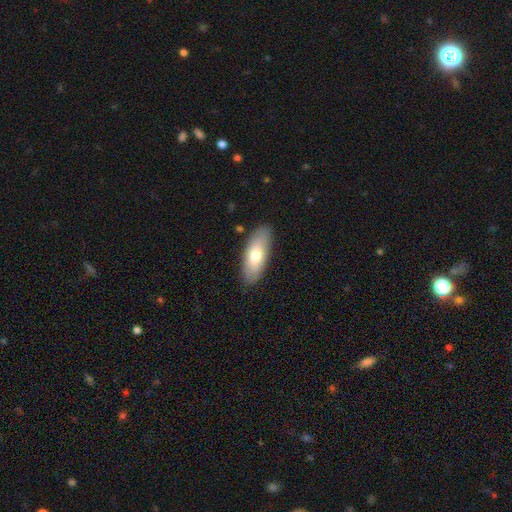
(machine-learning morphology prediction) Smooth or featured?
  - smooth: 70% *
  - featured or disk: 25%
  - star or artifact: 6%
How rounded?
  - in between: 81% *
  - cigar-shaped: 17%
  - round: 2%
Merging?
  - none: 85% *
  - minor disturbance: 11%
  - major disturbance: 2%
  - merger: 1%